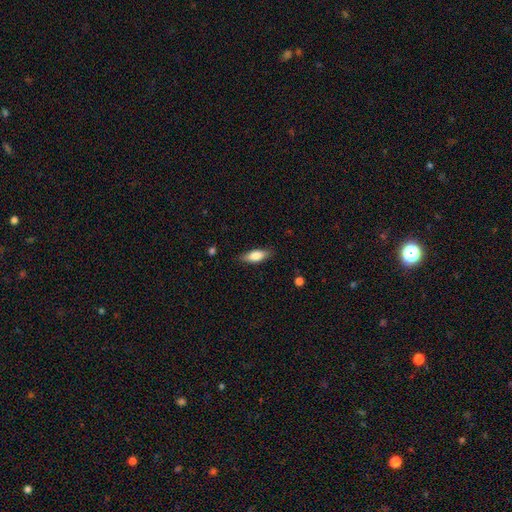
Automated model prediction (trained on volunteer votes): The model was most divided on "how rounded": in between: 72%, cigar-shaped: 26%, round: 2%. More confident: merging — none (83%); smooth or featured — smooth (78%).